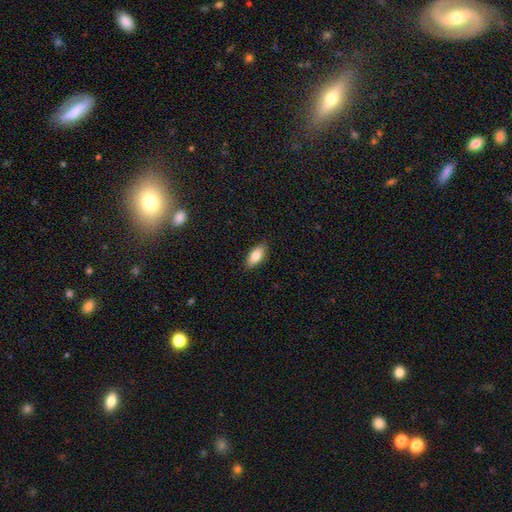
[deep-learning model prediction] A smooth galaxy with no disk features (82%) that is in between round and cigar-shaped (85%). Merging: none (88%).